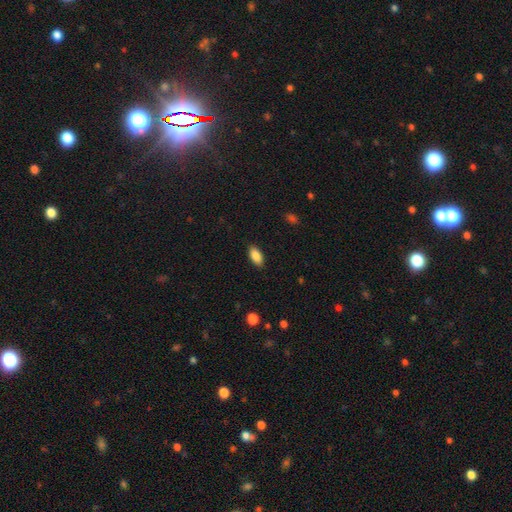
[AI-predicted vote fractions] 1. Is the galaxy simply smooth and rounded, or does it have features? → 88% smooth, 7% star or artifact, 5% featured or disk.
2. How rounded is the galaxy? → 91% in between, 6% cigar-shaped, 2% round.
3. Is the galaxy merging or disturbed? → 88% none, 9% minor disturbance, 2% major disturbance, 1% merger.